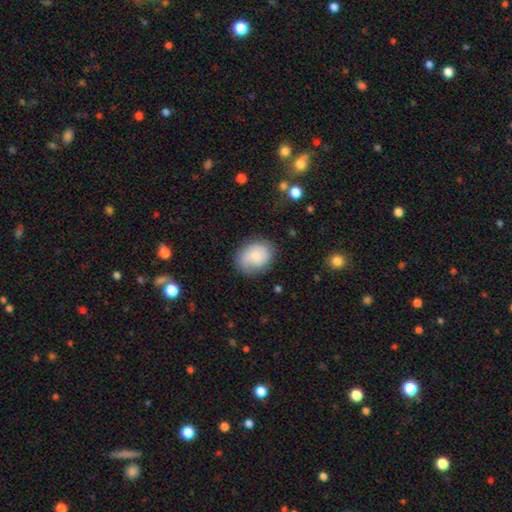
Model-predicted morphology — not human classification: Q: Smooth or featured?
A: smooth (69%); runner-up: featured or disk (23%)
Q: How rounded?
A: round (50%); tied with: in between (50%)
Q: Merging?
A: none (71%); runner-up: minor disturbance (20%)